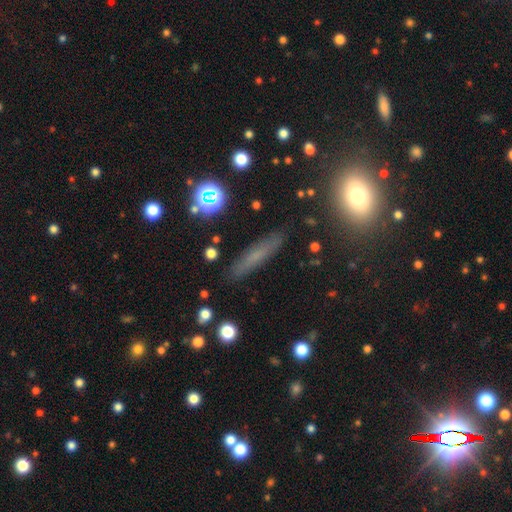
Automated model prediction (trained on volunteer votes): Morphology: type=smooth (55%); roundness=cigar-shaped (84%); merging=none (87%).